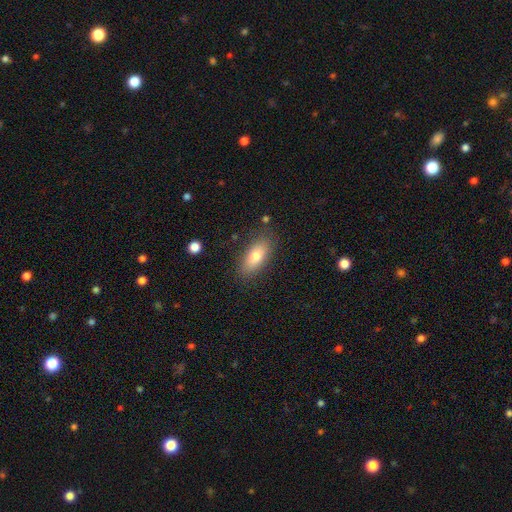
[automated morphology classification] A smooth galaxy with no disk features (76%) that is in between round and cigar-shaped (82%). Merging: none (81%).